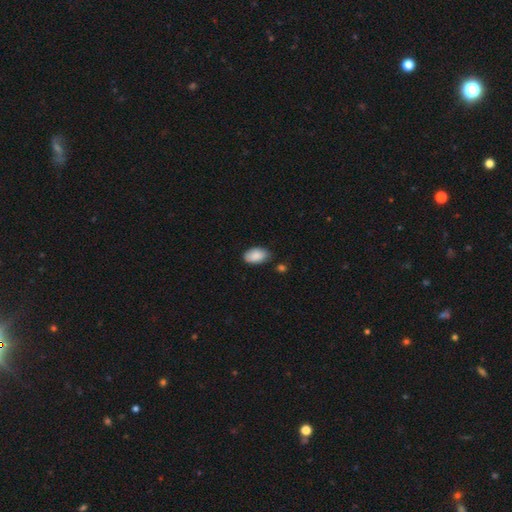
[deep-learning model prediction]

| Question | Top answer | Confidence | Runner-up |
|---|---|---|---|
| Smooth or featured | smooth | 88% | star or artifact (6%) |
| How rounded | in between | 93% | round (5%) |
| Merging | none | 73% | minor disturbance (20%) |